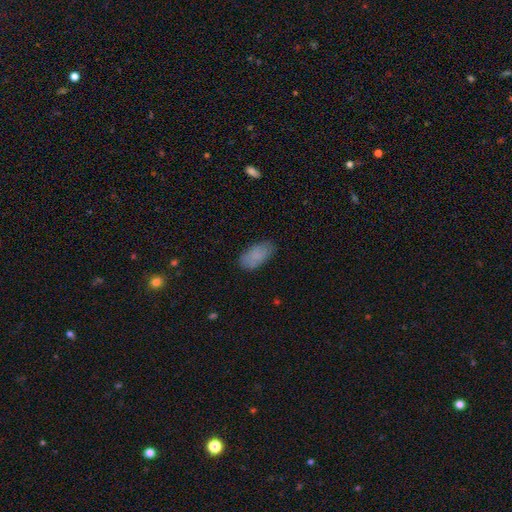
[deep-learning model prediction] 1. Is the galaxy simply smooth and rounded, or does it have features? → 84% smooth, 8% featured or disk, 7% star or artifact.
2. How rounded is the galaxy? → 93% in between, 4% cigar-shaped, 3% round.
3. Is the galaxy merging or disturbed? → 78% none, 17% minor disturbance, 4% major disturbance, 1% merger.